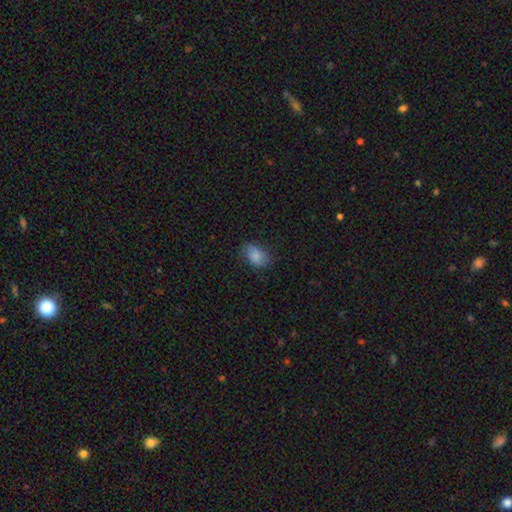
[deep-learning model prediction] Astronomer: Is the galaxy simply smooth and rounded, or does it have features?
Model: smooth — 85%.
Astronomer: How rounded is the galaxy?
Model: in between — 86%.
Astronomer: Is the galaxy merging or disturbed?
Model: none — 74%.